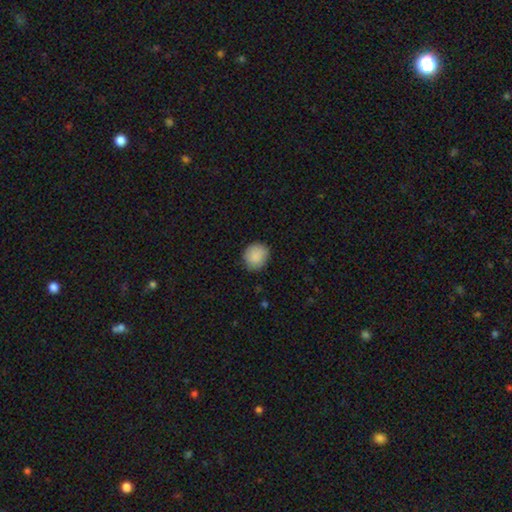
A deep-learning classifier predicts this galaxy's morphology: The model was most divided on "how rounded": round: 85%, in between: 14%, cigar-shaped: 1%. More confident: smooth or featured — smooth (88%); merging — none (86%).